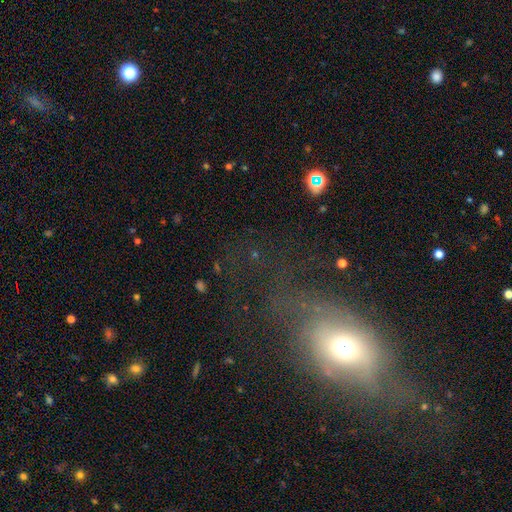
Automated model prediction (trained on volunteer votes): This is marginally a smooth galaxy (45%). Merging: possibly none (47%).